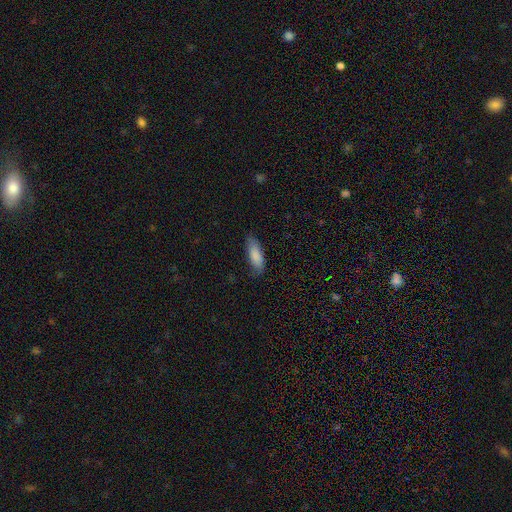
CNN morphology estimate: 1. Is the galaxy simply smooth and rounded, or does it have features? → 85% smooth, 9% featured or disk, 6% star or artifact.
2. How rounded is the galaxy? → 64% in between, 34% cigar-shaped, 2% round.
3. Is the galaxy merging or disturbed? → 74% none, 21% minor disturbance, 4% major disturbance, 1% merger.